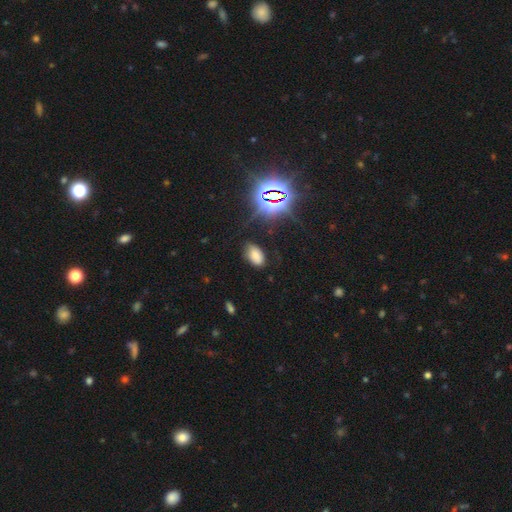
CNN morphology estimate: Q: Smooth or featured?
A: smooth (64%); runner-up: star or artifact (25%)
Q: How rounded?
A: in between (93%); runner-up: round (5%)
Q: Merging?
A: none (77%); runner-up: minor disturbance (16%)